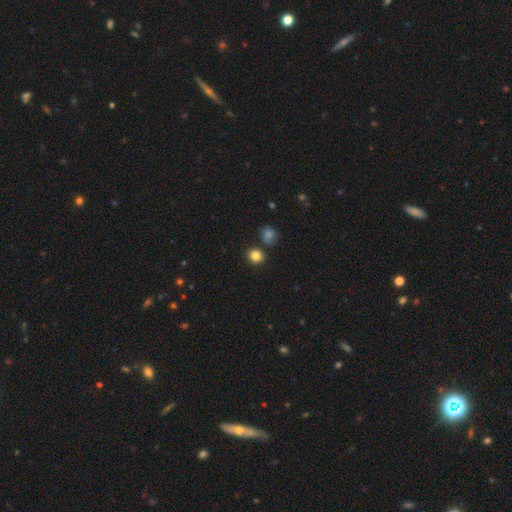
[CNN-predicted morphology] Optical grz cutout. It shows a smooth galaxy with no disk features (83%) that is round (87%). Merging: none (84%).